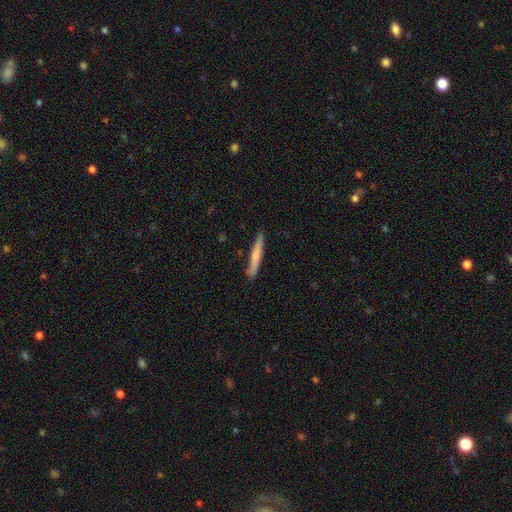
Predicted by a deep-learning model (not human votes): This appears to be a smooth galaxy with no disk features (65%) that is cigar-shaped (96%). Merging: none (88%).